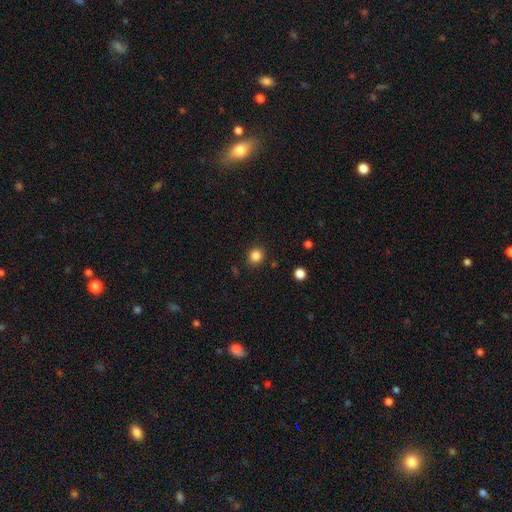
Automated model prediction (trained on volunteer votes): Smooth or featured? Predicted: smooth (p=0.85). How rounded? Predicted: round (p=0.81). Merging? Predicted: none (p=0.87).